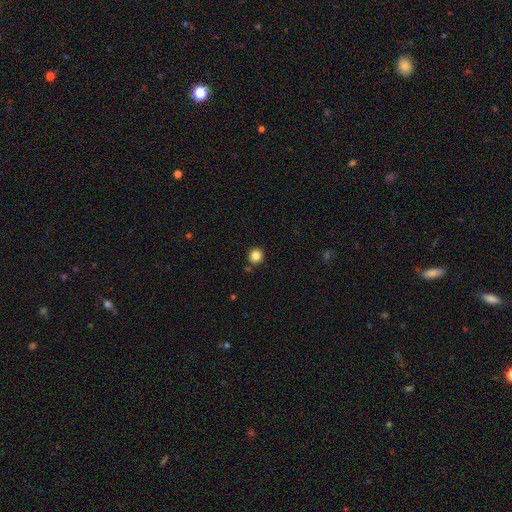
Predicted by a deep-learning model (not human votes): The model was most divided on "smooth or featured": smooth: 84%, star or artifact: 11%, featured or disk: 4%. More confident: how rounded — round (93%); merging — none (87%).